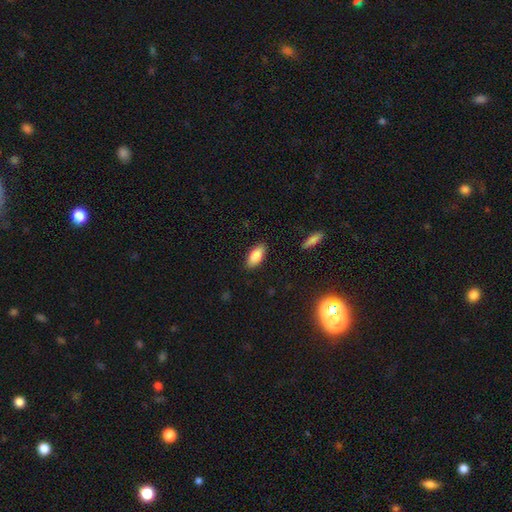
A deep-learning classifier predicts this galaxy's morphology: This appears to be a smooth galaxy with no disk features (85%) that is in between round and cigar-shaped (88%). Merging: none (87%).